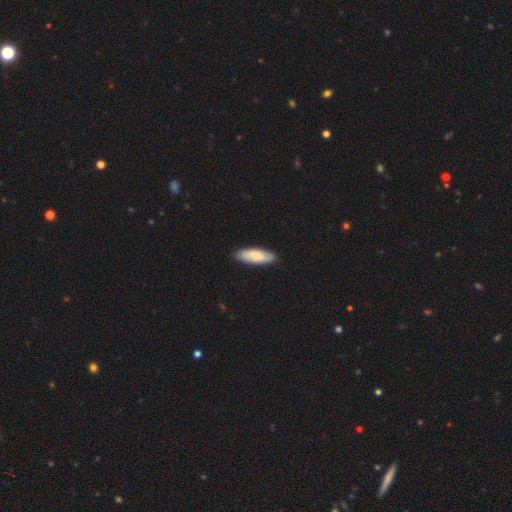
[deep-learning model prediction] Smooth or featured? Predicted: smooth (p=0.85). How rounded? Predicted: in between (p=0.59). Merging? Predicted: none (p=0.88).